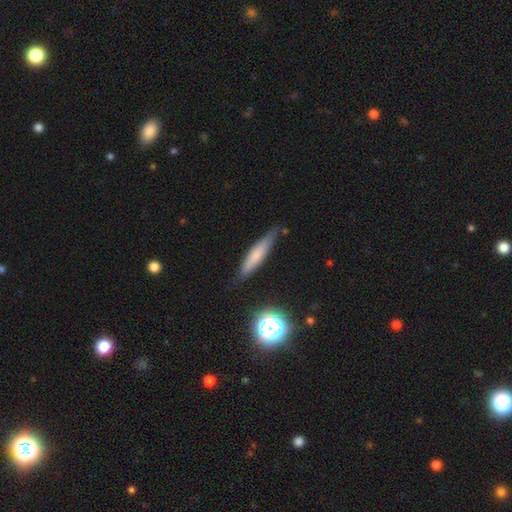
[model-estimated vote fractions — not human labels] This appears to be a smooth galaxy with no disk features (64%) that is cigar-shaped (85%). Merging: none (78%).